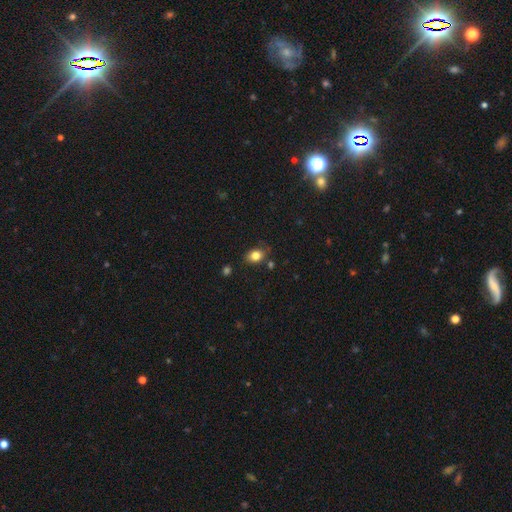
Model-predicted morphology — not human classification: Overall: smooth (81%). How rounded: in between (62%; round 37%). Merging: none (75%).